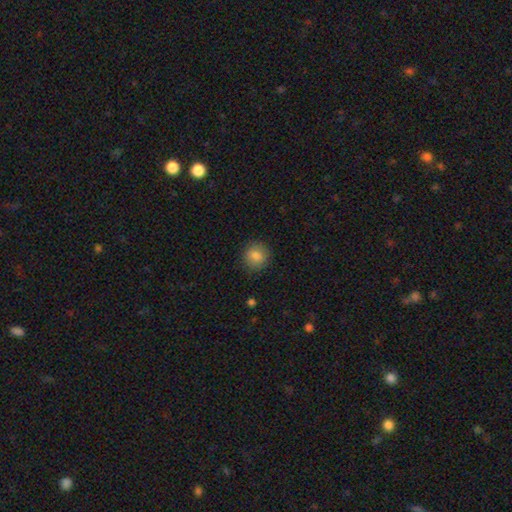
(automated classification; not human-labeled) This is clearly a smooth galaxy (85%). How rounded: clearly round (87%). Merging: clearly none (88%).